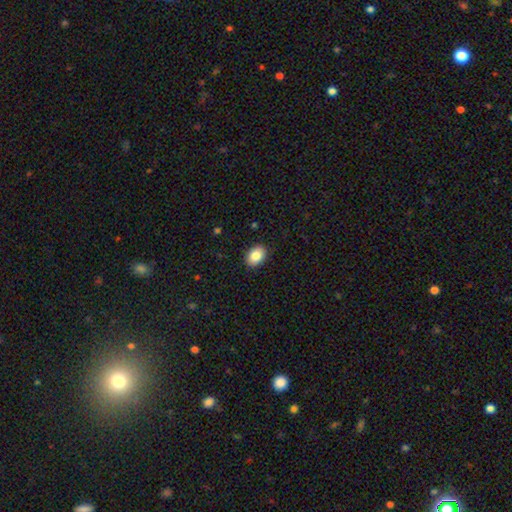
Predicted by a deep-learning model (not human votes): A smooth galaxy with no disk features (86%) that is in between round and cigar-shaped (79%). Merging: none (90%).